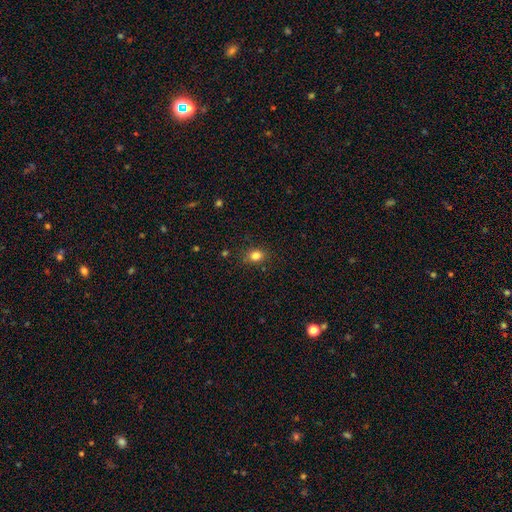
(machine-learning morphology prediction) Q: Smooth or featured?
A: smooth (82%); runner-up: star or artifact (12%)
Q: How rounded?
A: round (55%); runner-up: in between (44%)
Q: Merging?
A: none (85%); runner-up: minor disturbance (11%)